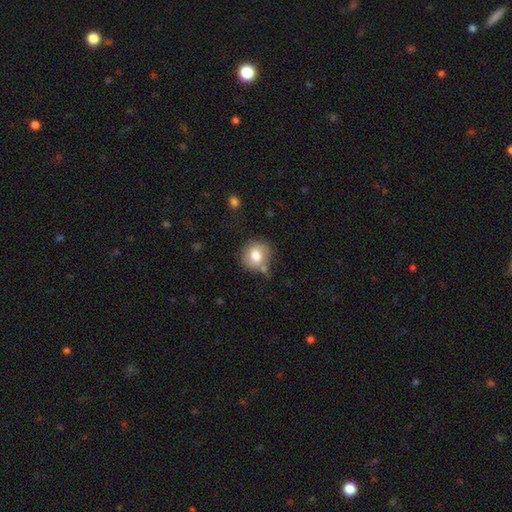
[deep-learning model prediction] This appears to be a smooth galaxy with no disk features (77%) that is round (83%). Merging: none (66%).